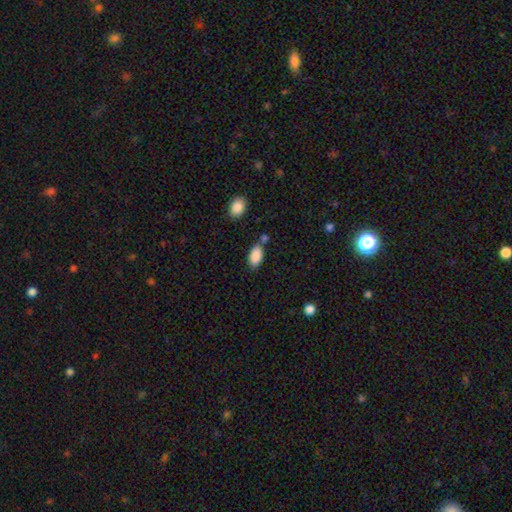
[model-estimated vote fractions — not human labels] Overall: smooth (88%). How rounded: in between (93%). Merging: none (68%).